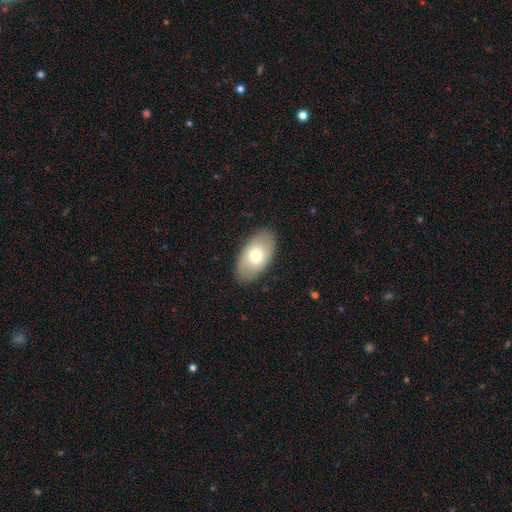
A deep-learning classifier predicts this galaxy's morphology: smooth-or-featured: smooth: 68% | featured or disk: 26% | star or artifact: 6%
  how-rounded: in between: 94% | round: 4% | cigar-shaped: 2%
  merging: none: 86% | minor disturbance: 10% | major disturbance: 3% | merger: 1%